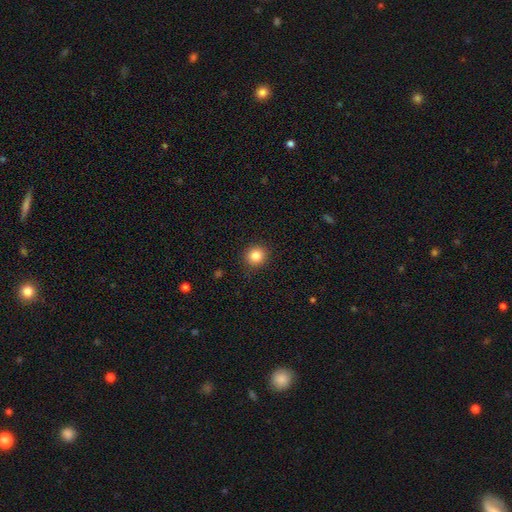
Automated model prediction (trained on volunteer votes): smooth-or-featured: smooth: 85% | star or artifact: 10% | featured or disk: 5%
  how-rounded: round: 88% | in between: 11% | cigar-shaped: 1%
  merging: none: 90% | minor disturbance: 7% | major disturbance: 2% | merger: 1%